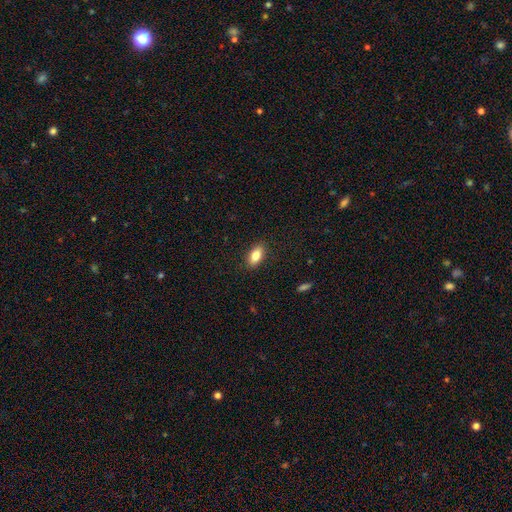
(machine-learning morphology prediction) This appears to be a smooth galaxy with no disk features (82%) that is in between round and cigar-shaped (88%). Merging: none (88%).